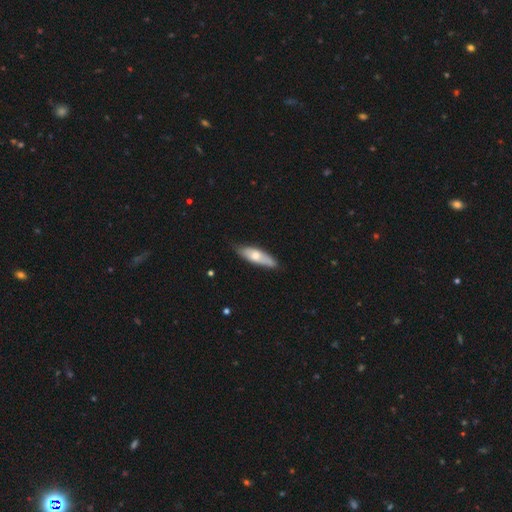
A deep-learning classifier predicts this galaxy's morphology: The model was most divided on "how rounded": cigar-shaped: 51%, in between: 47%, round: 2%. More confident: merging — none (77%); smooth or featured — smooth (60%).